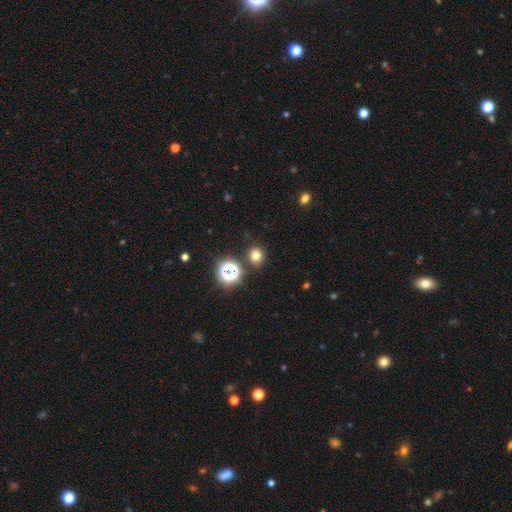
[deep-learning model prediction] Smooth or featured: smooth — 74% (star or artifact — 20%)
How rounded: round — 80% (in between — 19%)
Merging: none — 84% (minor disturbance — 8%)